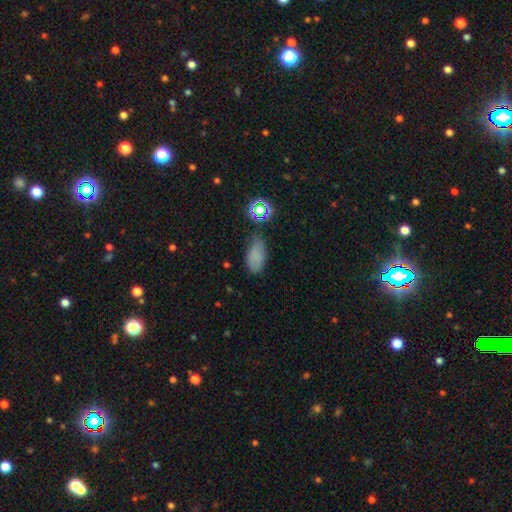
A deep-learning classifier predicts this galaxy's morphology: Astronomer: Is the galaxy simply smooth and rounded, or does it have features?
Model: smooth — 75%.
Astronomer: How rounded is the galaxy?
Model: in between — 91%.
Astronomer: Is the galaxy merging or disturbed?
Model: none — 65%.